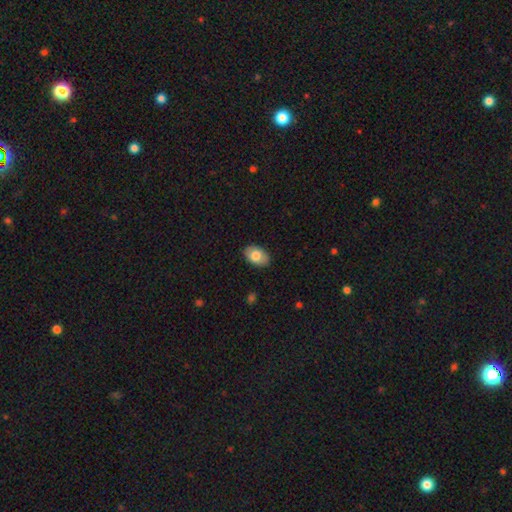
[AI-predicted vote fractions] Q: Smooth or featured?
A: smooth (79%); runner-up: featured or disk (15%)
Q: How rounded?
A: in between (89%); runner-up: round (10%)
Q: Merging?
A: none (87%); runner-up: minor disturbance (10%)